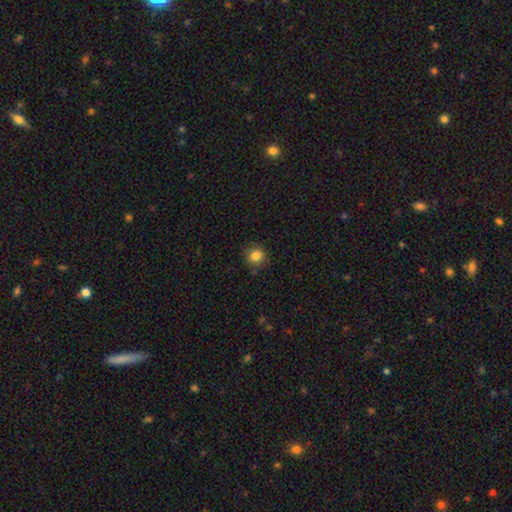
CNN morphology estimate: smooth_or_featured: smooth (p=0.84) [alt: star or artifact p=0.11]
how_rounded: round (p=0.83) [alt: in between p=0.16]
merging: none (p=0.85) [alt: minor disturbance p=0.11]